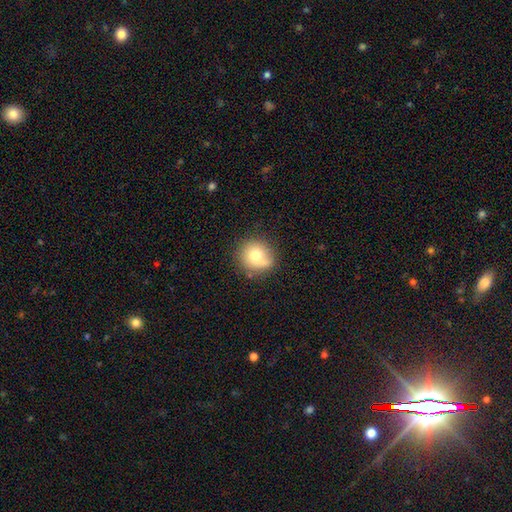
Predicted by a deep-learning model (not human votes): Smooth or featured? Predicted: smooth (p=0.72). How rounded? Predicted: round (p=0.88). Merging? Predicted: none (p=0.67).